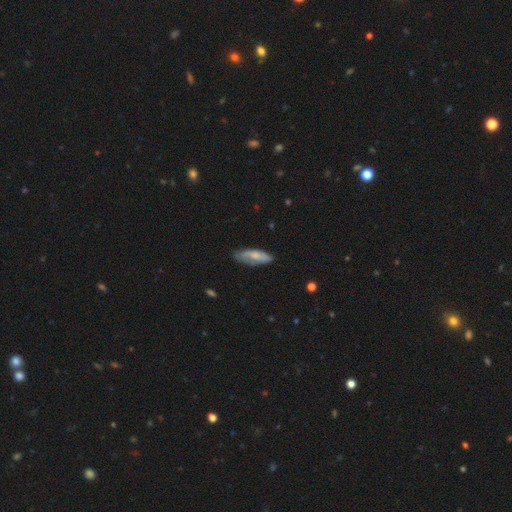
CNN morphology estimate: Smooth or featured: smooth — 64% (featured or disk — 30%)
How rounded: in between — 63% (cigar-shaped — 35%)
Merging: none — 61% (minor disturbance — 29%)